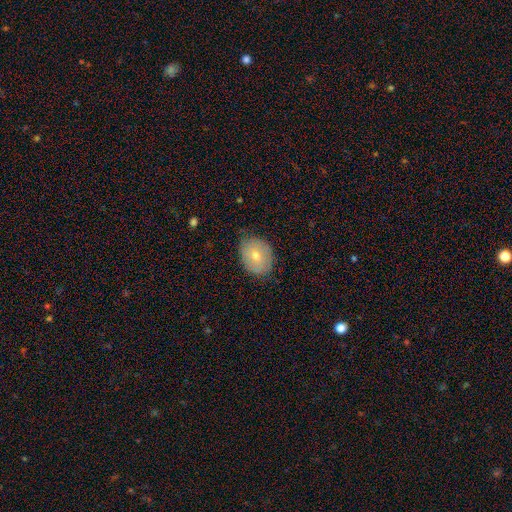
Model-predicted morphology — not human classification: Smooth or featured? smooth (63%)
How rounded? in between (57%)
Merging? none (74%)